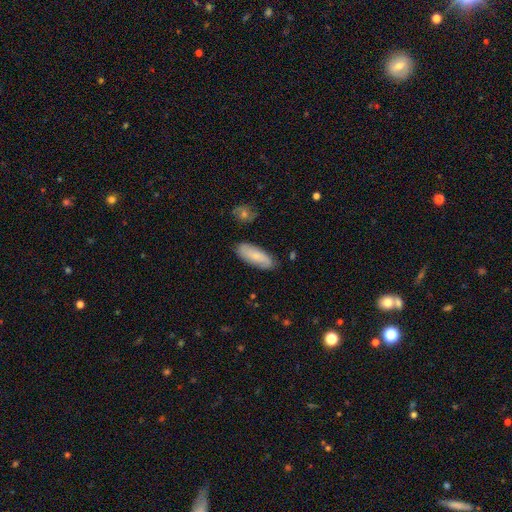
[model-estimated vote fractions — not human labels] This is likely a smooth galaxy (68%). How rounded: likely in between (69%). Merging: clearly none (82%).